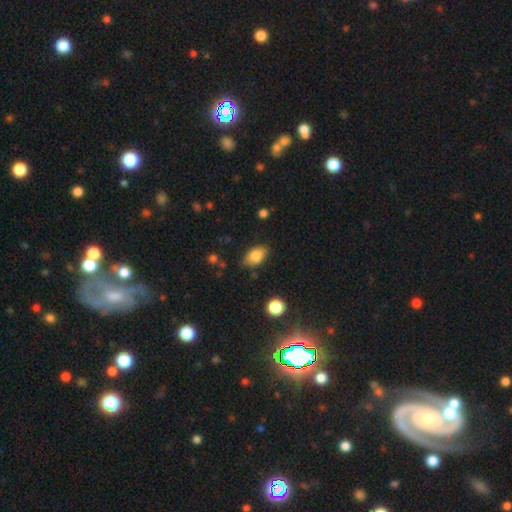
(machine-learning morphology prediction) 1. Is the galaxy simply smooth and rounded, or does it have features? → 81% smooth, 11% featured or disk, 8% star or artifact.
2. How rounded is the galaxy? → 90% in between, 8% round, 2% cigar-shaped.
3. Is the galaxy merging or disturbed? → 79% none, 16% minor disturbance, 3% major disturbance, 2% merger.